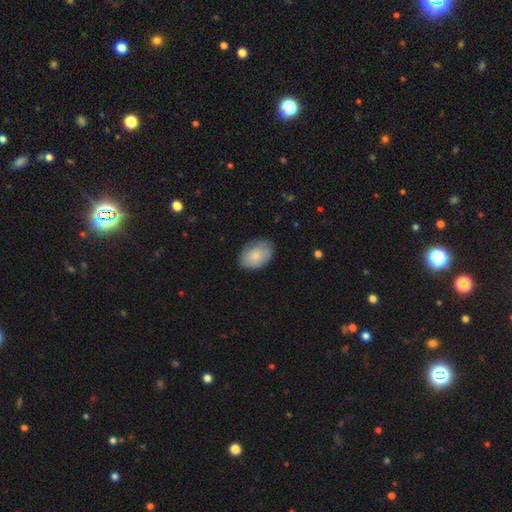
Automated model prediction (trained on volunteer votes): Smooth or featured? smooth (76%)
How rounded? in between (82%)
Merging? none (78%)